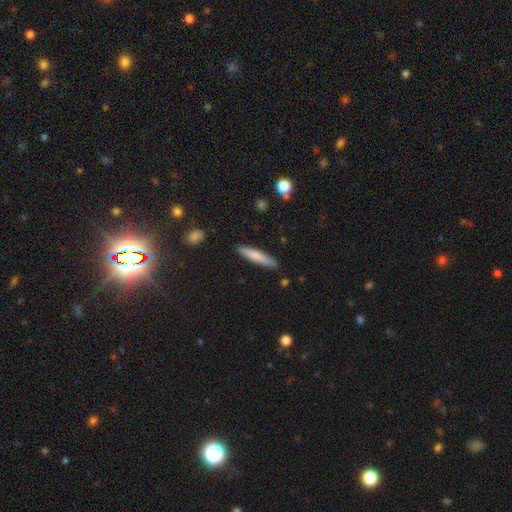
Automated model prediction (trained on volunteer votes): Smooth or featured? smooth (77%)
How rounded? cigar-shaped (88%)
Merging? none (88%)